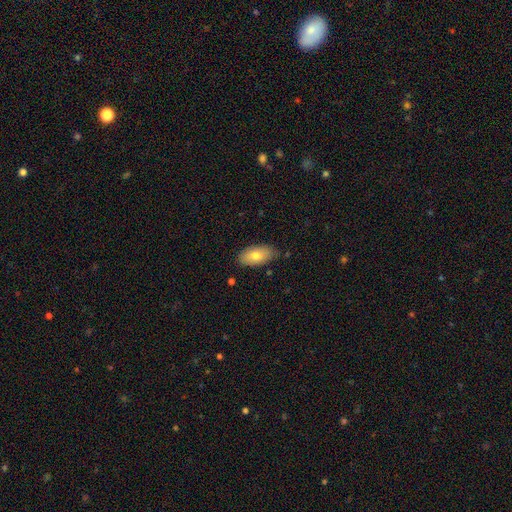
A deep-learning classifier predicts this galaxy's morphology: smooth_or_featured: smooth (p=0.75) [alt: featured or disk p=0.18]
how_rounded: in between (p=0.92) [alt: cigar-shaped p=0.04]
merging: none (p=0.79) [alt: minor disturbance p=0.16]